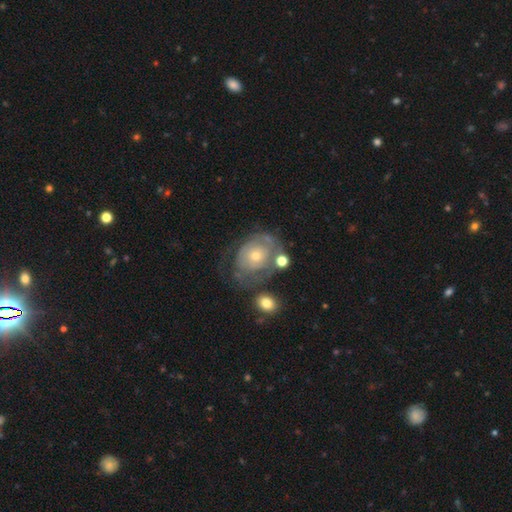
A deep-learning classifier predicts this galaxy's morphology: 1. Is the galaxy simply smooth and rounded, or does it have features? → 65% featured or disk, 27% smooth, 8% star or artifact.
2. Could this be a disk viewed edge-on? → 96% no, 4% yes.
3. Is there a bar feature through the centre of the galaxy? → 87% no, 11% weak, 2% strong.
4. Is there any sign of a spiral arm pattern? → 61% yes, 39% no.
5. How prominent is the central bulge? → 63% small, 33% moderate, 2% large, 1% none, 1% dominant.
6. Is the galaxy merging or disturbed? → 47% none, 23% minor disturbance, 20% major disturbance, 10% merger.